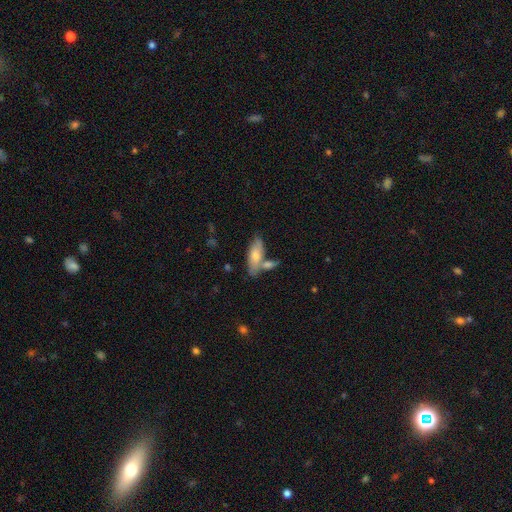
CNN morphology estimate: Smooth or featured? smooth (71%)
How rounded? in between (71%)
Merging? none (51%)